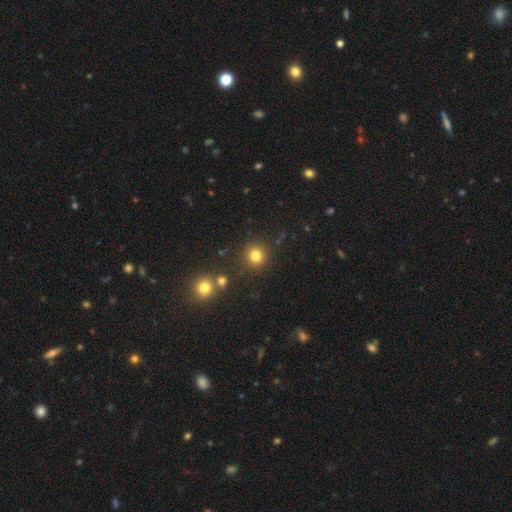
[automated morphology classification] A smooth galaxy with no disk features (81%) that is round (92%).

Vote fractions:
- Smooth or featured? smooth: 81% / star or artifact: 13% / featured or disk: 5%
- How rounded? round: 92% / in between: 8% / cigar-shaped: 1%
- Merging? none: 86% / minor disturbance: 7% / merger: 4% / major disturbance: 3%